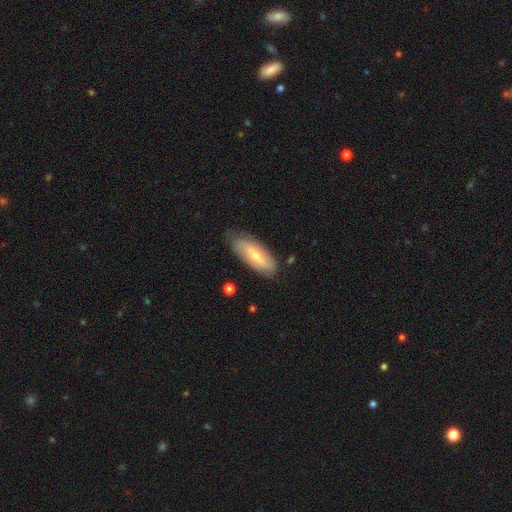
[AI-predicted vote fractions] smooth 51%, featured or disk 43%, star or artifact 6%. Down the decision tree: how rounded — in between (69%); merging — none (73%).